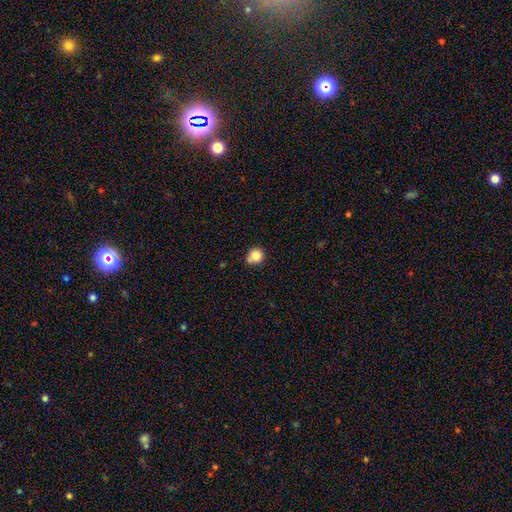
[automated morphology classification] This is clearly a smooth galaxy (83%). How rounded: clearly round (85%). Merging: likely none (68%).